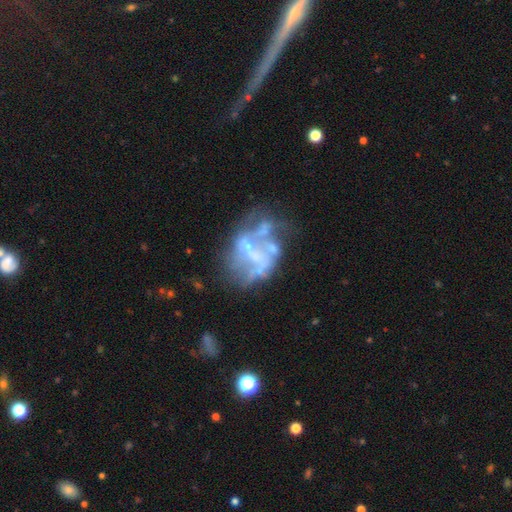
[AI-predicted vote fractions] A featured or disk galaxy (74%) with no bar (59%), no spiral arms (74%) and no central bulge (45%). Merging: none (33%).